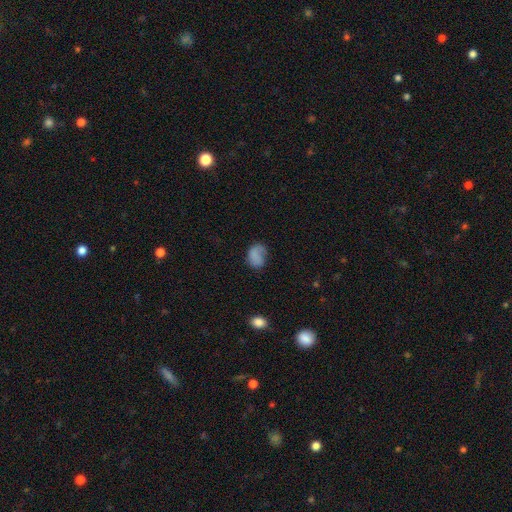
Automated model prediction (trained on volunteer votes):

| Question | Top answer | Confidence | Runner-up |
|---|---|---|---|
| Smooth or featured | smooth | 75% | featured or disk (15%) |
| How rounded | in between | 72% | round (26%) |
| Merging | none | 49% | minor disturbance (29%) |